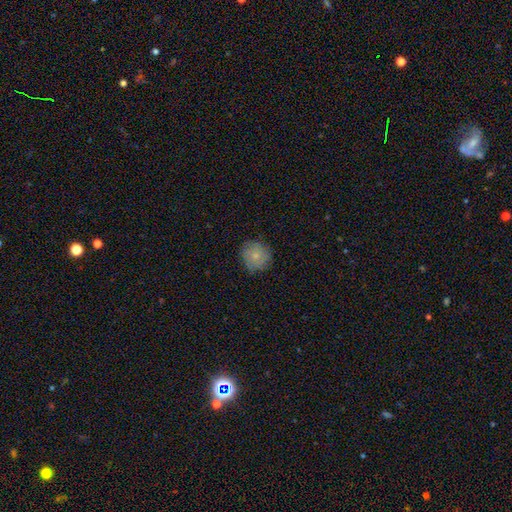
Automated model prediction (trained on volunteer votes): Q: Smooth or featured?
A: smooth (70%); runner-up: featured or disk (22%)
Q: How rounded?
A: round (91%); runner-up: in between (8%)
Q: Merging?
A: none (80%); runner-up: minor disturbance (15%)